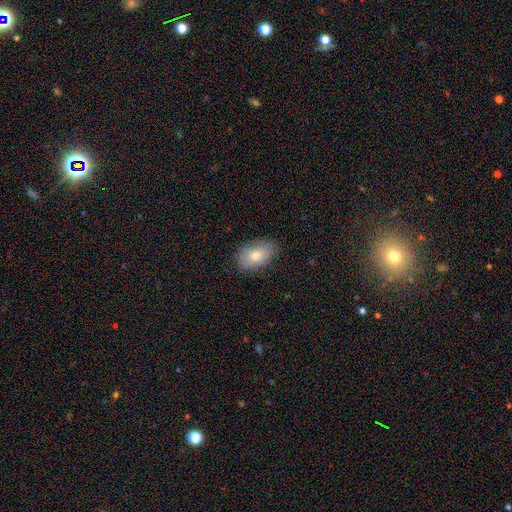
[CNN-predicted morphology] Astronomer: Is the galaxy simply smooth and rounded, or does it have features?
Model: smooth — 78%.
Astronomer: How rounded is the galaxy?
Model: in between — 88%.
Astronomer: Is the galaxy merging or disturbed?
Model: none — 81%.